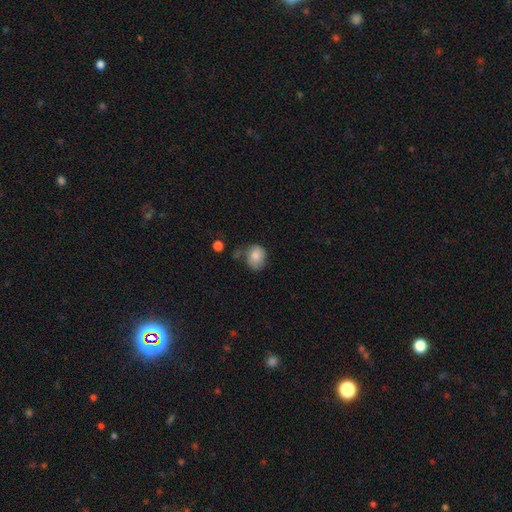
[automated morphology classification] Smooth or featured: smooth — 78% (featured or disk — 14%)
How rounded: round — 60% (in between — 39%)
Merging: none — 54% (minor disturbance — 30%)